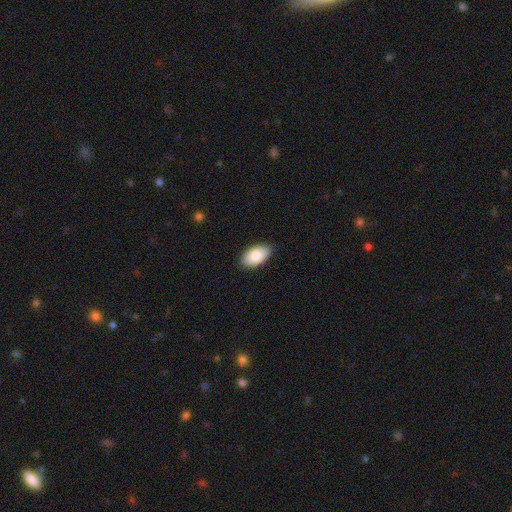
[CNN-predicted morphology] Smooth or featured? smooth (81%)
How rounded? in between (95%)
Merging? none (88%)